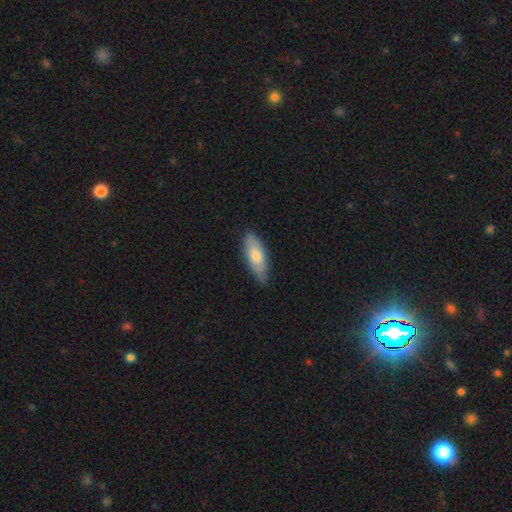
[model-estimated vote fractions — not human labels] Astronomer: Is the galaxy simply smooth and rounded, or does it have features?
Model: smooth — 69%.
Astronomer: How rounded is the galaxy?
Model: in between — 65%.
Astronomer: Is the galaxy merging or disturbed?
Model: none — 82%.